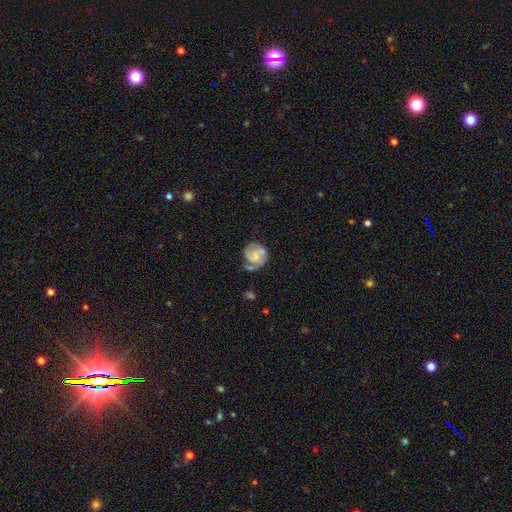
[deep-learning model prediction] featured or disk 66%, smooth 26%, star or artifact 7%. Down the decision tree: edge-on disk — no (98%); bar — no (64%); spiral arms — yes (88%); spiral arm count — 2 (47%); spiral winding — tight (44%); bulge size — small (38%); merging — none (56%).